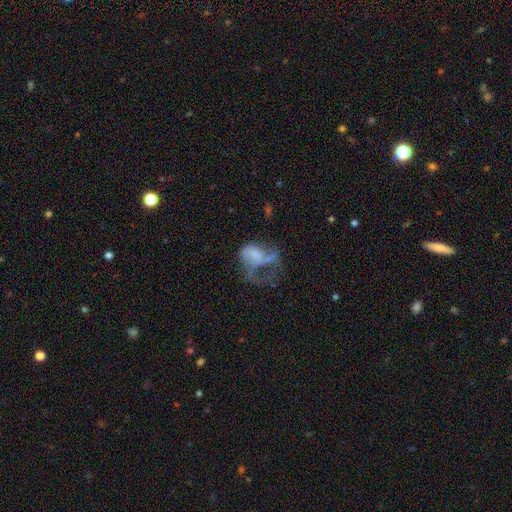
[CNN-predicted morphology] The model was most divided on "spiral arms": no: 55%, yes: 45%. More confident: edge-on disk — no (97%); bar — no (71%); merging — major disturbance (58%); smooth or featured — featured or disk (54%); bulge size — none (51%).